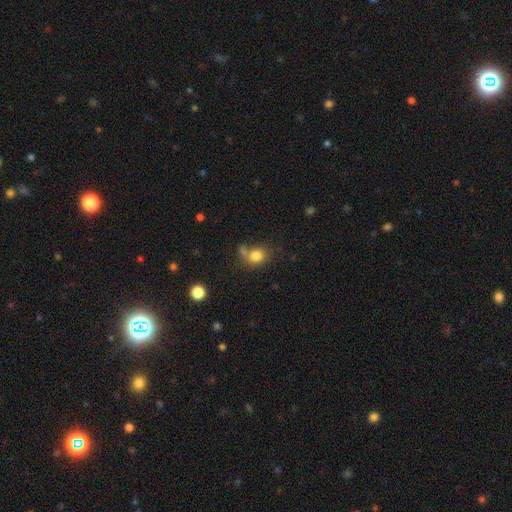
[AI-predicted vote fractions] Morphology: type=smooth (80%); roundness=round (61%); merging=none (47%).